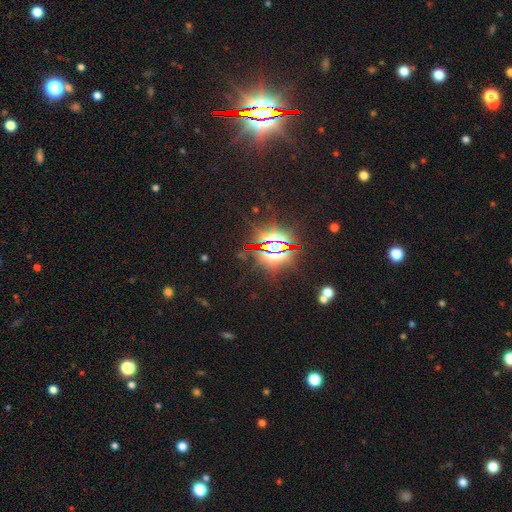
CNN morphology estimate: smooth-or-featured: star or artifact: 85% | featured or disk: 8% | smooth: 7%